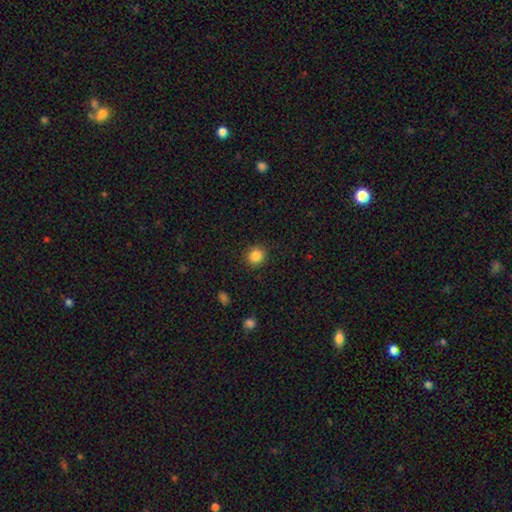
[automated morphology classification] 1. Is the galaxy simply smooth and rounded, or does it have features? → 85% smooth, 11% star or artifact, 4% featured or disk.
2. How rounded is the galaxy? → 91% round, 8% in between, 1% cigar-shaped.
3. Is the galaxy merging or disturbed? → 91% none, 6% minor disturbance, 2% major disturbance, 1% merger.